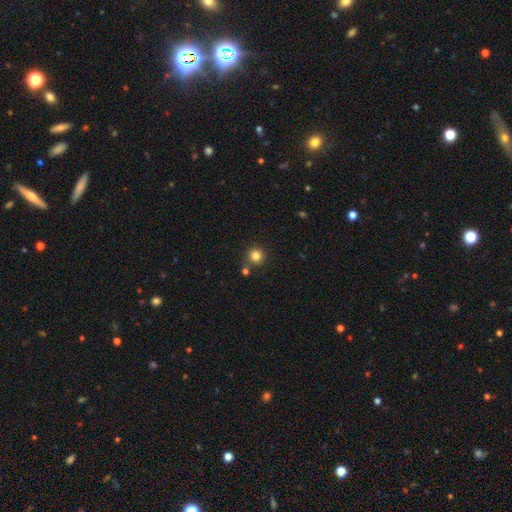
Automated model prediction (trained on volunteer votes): smooth-or-featured: smooth: 83% | star or artifact: 12% | featured or disk: 5%
  how-rounded: round: 94% | in between: 5% | cigar-shaped: 1%
  merging: none: 82% | merger: 8% | minor disturbance: 7% | major disturbance: 2%